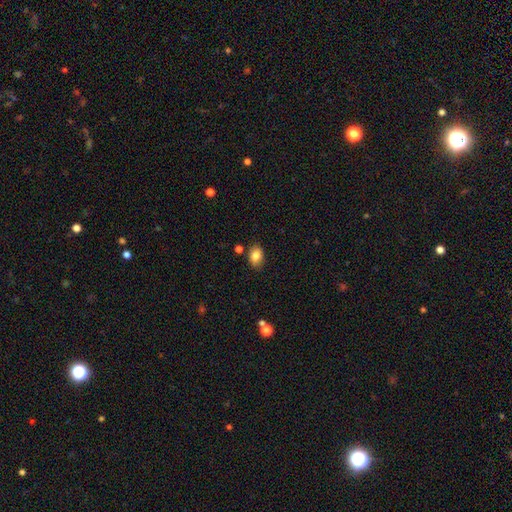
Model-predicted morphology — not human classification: Smooth or featured? smooth (82%)
How rounded? in between (80%)
Merging? none (81%)